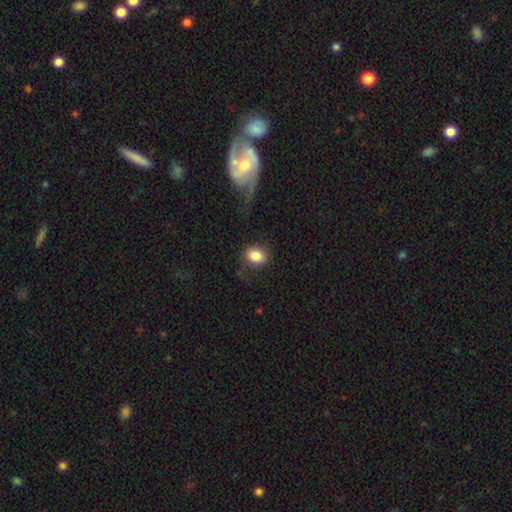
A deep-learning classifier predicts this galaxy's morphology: A smooth galaxy with no disk features (82%) that is in between round and cigar-shaped (51%). Merging: none (64%).